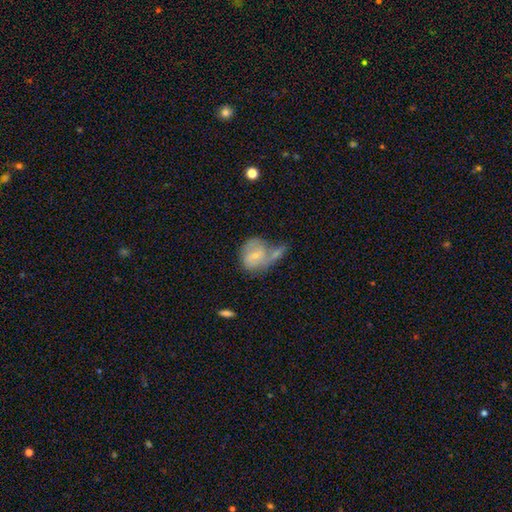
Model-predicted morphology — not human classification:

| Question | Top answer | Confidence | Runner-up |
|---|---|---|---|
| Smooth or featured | smooth | 50% | featured or disk (42%) |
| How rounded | round | 58% | in between (40%) |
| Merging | merger | 44% | none (26%) |